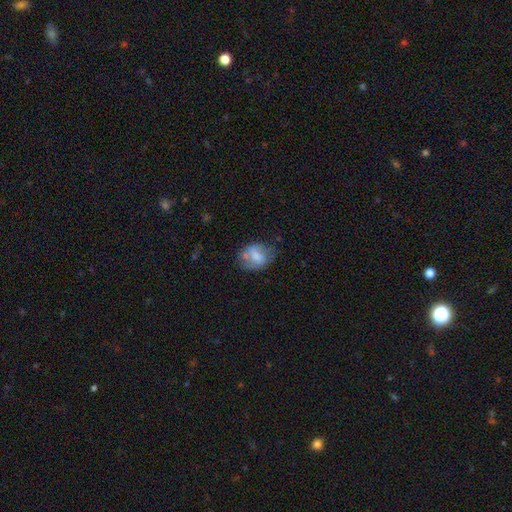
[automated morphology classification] Smooth or featured? Predicted: smooth (p=0.56). How rounded? Predicted: in between (p=0.64). Merging? Predicted: none (p=0.51).